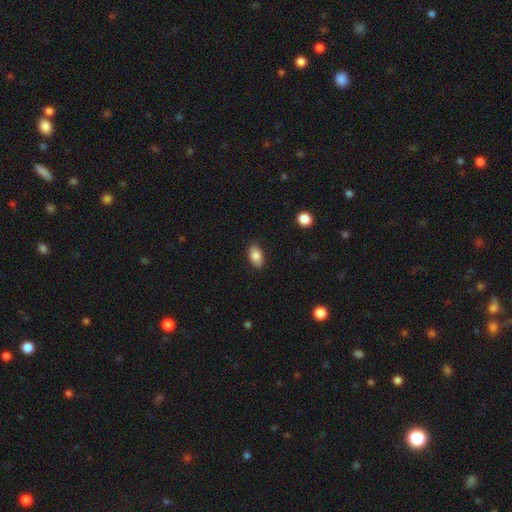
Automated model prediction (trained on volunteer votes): Smooth or featured? Predicted: smooth (p=0.85). How rounded? Predicted: in between (p=0.92). Merging? Predicted: none (p=0.87).